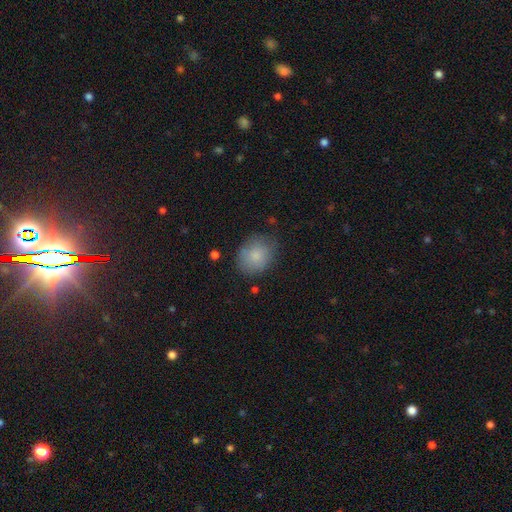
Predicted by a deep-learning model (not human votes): Overall: smooth (83%). How rounded: round (55%; in between 44%). Merging: none (69%).